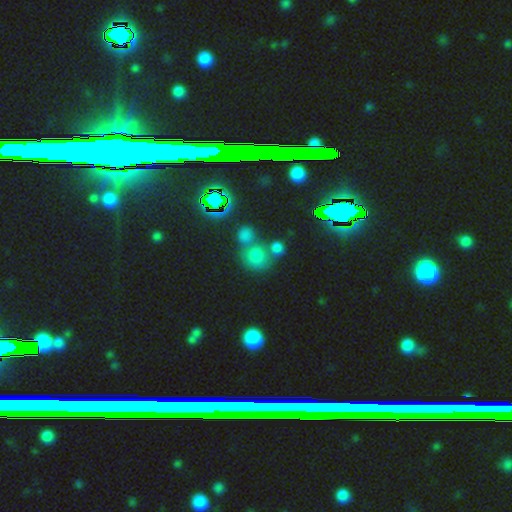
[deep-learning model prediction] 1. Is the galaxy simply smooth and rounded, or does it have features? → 59% smooth, 32% star or artifact, 9% featured or disk.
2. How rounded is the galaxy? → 81% round, 18% in between, 2% cigar-shaped.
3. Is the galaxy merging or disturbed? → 50% none, 35% merger, 10% minor disturbance, 5% major disturbance.